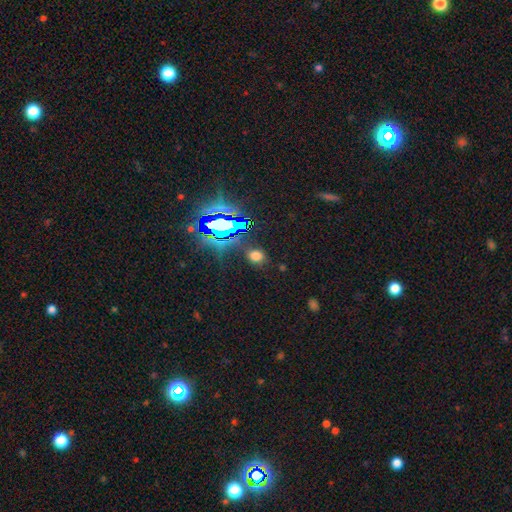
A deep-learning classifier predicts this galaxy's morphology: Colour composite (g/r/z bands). It shows a smooth galaxy with no disk features (62%) that is round (59%). Merging: none (83%).